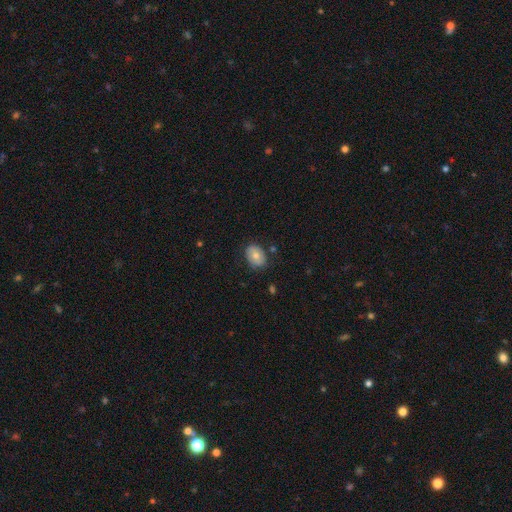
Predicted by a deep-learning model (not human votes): smooth_or_featured: smooth (p=0.70) [alt: featured or disk p=0.22]
how_rounded: in between (p=0.73) [alt: round p=0.26]
merging: none (p=0.79) [alt: minor disturbance p=0.15]